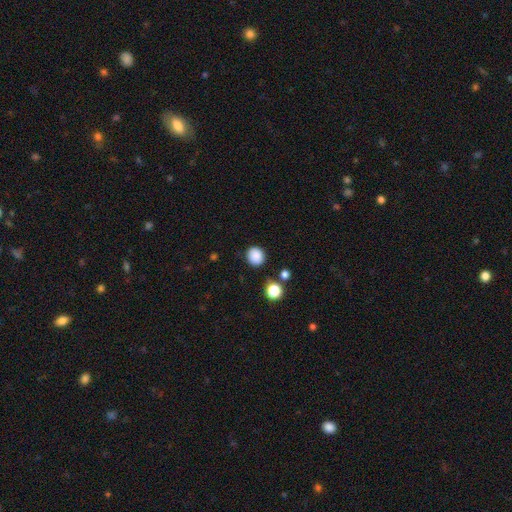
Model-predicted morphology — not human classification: This appears to be a smooth galaxy with no disk features (86%) that is round (80%). Merging: none (85%).